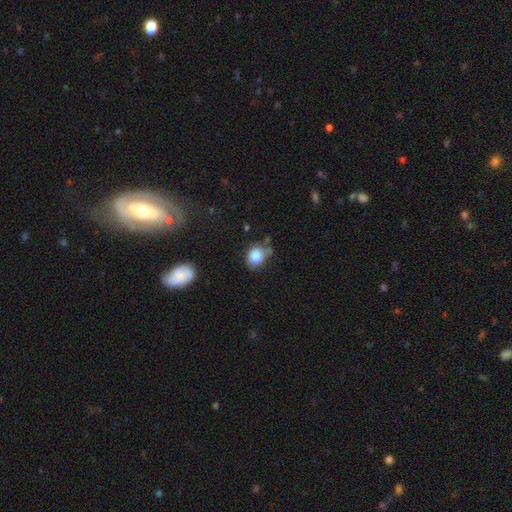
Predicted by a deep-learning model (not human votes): smooth-or-featured: smooth: 84% | star or artifact: 9% | featured or disk: 7%
  how-rounded: round: 52% | in between: 47% | cigar-shaped: 1%
  merging: none: 52% | minor disturbance: 29% | merger: 11% | major disturbance: 8%